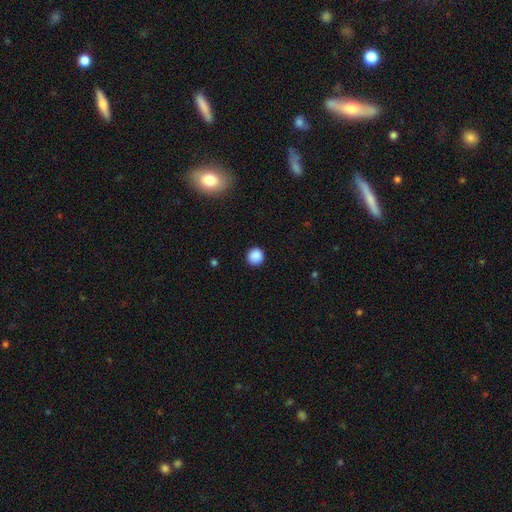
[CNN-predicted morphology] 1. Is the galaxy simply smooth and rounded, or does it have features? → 88% smooth, 10% star or artifact, 3% featured or disk.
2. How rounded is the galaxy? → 93% round, 6% in between, 1% cigar-shaped.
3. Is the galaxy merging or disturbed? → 91% none, 6% minor disturbance, 2% major disturbance, 1% merger.